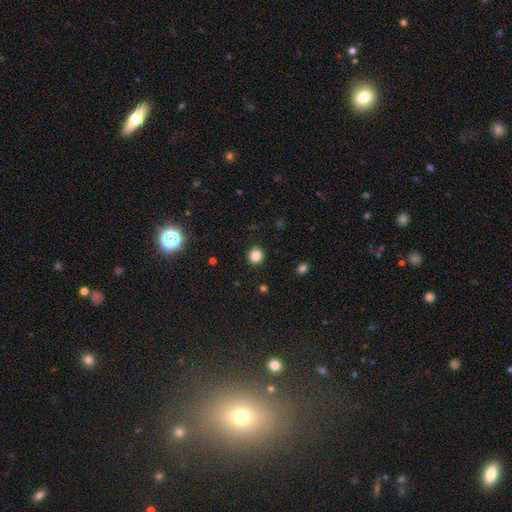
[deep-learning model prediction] smooth_or_featured: smooth (p=0.85) [alt: star or artifact p=0.11]
how_rounded: round (p=0.85) [alt: in between p=0.14]
merging: none (p=0.91) [alt: minor disturbance p=0.06]